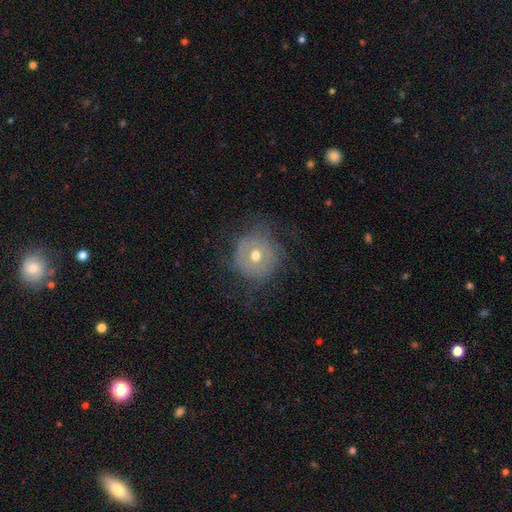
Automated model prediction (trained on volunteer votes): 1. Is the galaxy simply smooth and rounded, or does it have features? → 45% featured or disk, 44% smooth, 11% star or artifact.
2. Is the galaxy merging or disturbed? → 61% none, 20% minor disturbance, 17% major disturbance, 2% merger.